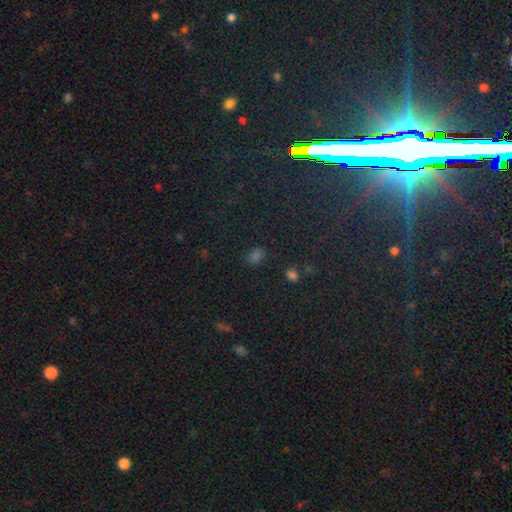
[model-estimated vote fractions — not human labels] Smooth or featured: smooth — 57% (star or artifact — 37%)
How rounded: in between — 71% (round — 27%)
Merging: none — 76% (minor disturbance — 14%)